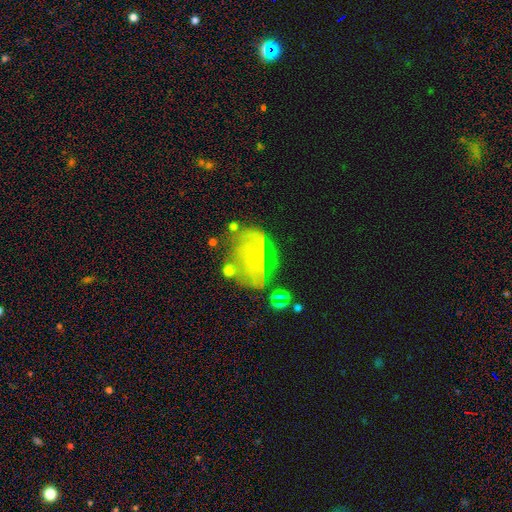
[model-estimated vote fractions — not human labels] Smooth or featured: featured or disk — 66% (smooth — 22%)
Edge-on disk: no — 97% (yes — 3%)
Bar: no — 76% (weak — 19%)
Spiral arms: yes — 75% (no — 25%)
Bulge size: small — 83% (moderate — 8%)
Merging: none — 53% (minor disturbance — 25%)